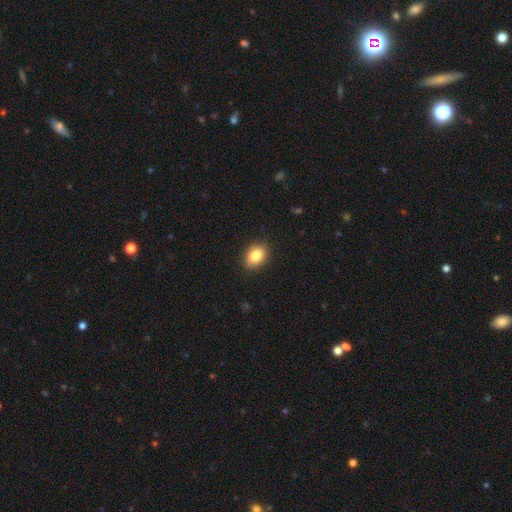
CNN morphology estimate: A smooth galaxy with no disk features (83%) that is in between round and cigar-shaped (69%).

Vote fractions:
- Smooth or featured? smooth: 83% / star or artifact: 9% / featured or disk: 8%
- How rounded? in between: 69% / round: 30% / cigar-shaped: 1%
- Merging? none: 87% / minor disturbance: 10% / major disturbance: 2% / merger: 1%